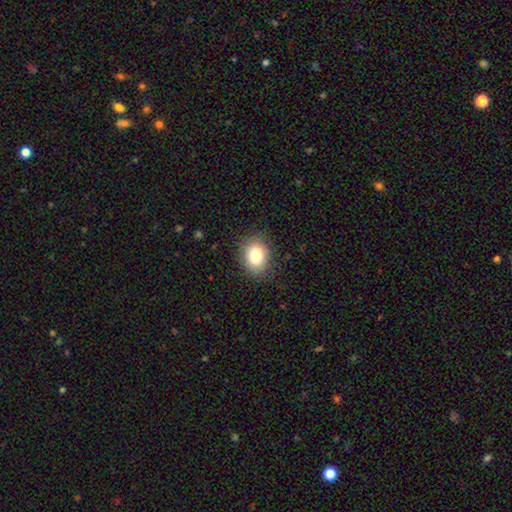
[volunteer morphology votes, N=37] A smooth galaxy with no disk features (95%) that is in between round and cigar-shaped (80%).

Vote fractions:
- Smooth or featured? smooth: 95% / featured or disk: 5% / star or artifact: 0%
- How rounded? in between: 80% / round: 20% / cigar-shaped: 0%
- Merging? none: 81% / minor disturbance: 16% / major disturbance: 3% / merger: 0%